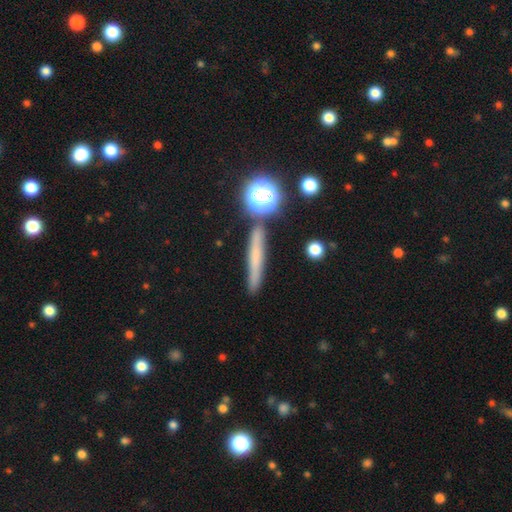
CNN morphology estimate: Smooth or featured?
  - smooth: 55% *
  - featured or disk: 28%
  - star or artifact: 17%
How rounded?
  - cigar-shaped: 83% *
  - round: 10%
  - in between: 7%
Merging?
  - none: 85% *
  - minor disturbance: 9%
  - merger: 4%
  - major disturbance: 2%